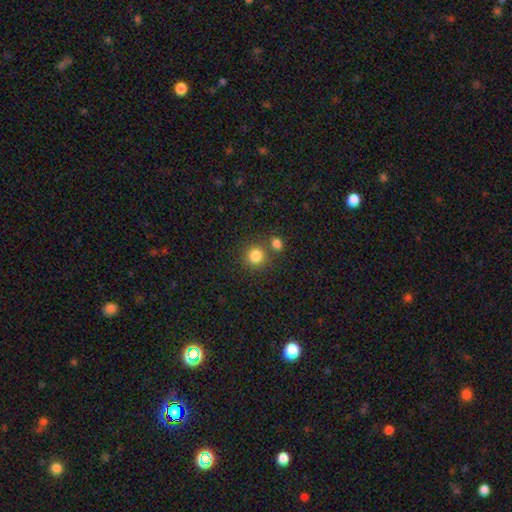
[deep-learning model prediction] Smooth or featured? Predicted: smooth (p=0.83). How rounded? Predicted: round (p=0.90). Merging? Predicted: none (p=0.71).